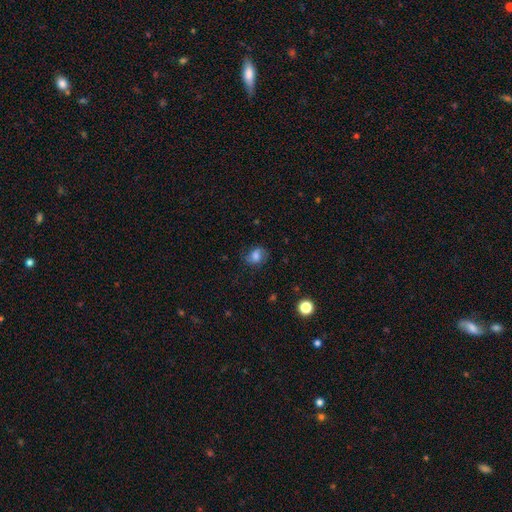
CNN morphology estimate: Overall: smooth (74%). How rounded: in between (56%; round 43%). Merging: none (70%).